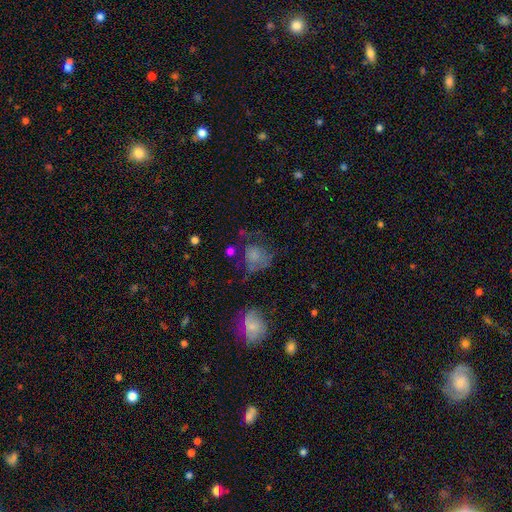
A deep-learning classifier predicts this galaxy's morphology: Overall: smooth (62%; featured or disk 25%). How rounded: round (70%). Merging: none (40%; major disturbance 27%).